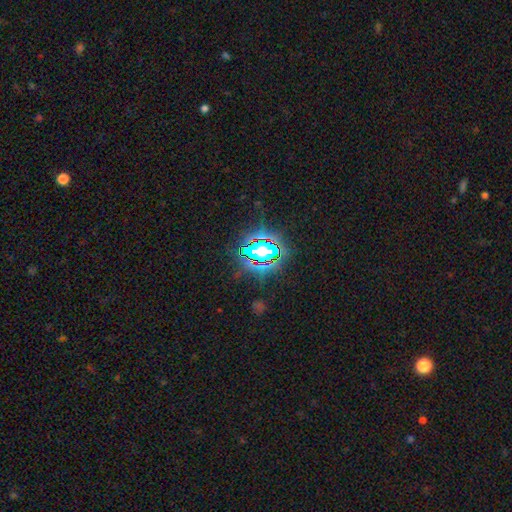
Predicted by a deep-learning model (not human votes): Smooth or featured?
  - star or artifact: 79% *
  - smooth: 13%
  - featured or disk: 9%